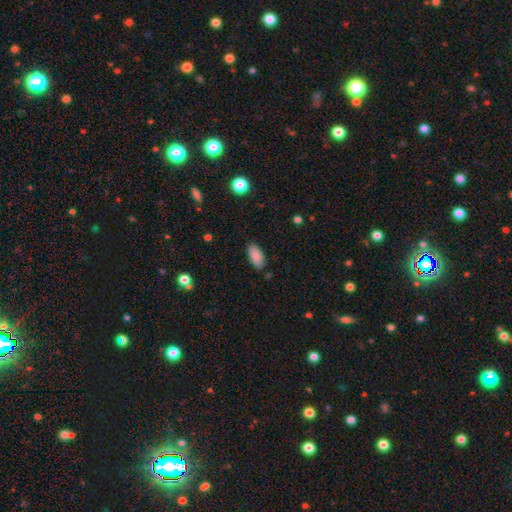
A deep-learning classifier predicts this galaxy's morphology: Smooth or featured: smooth — 89% (star or artifact — 7%)
How rounded: in between — 91% (cigar-shaped — 7%)
Merging: none — 86% (minor disturbance — 10%)